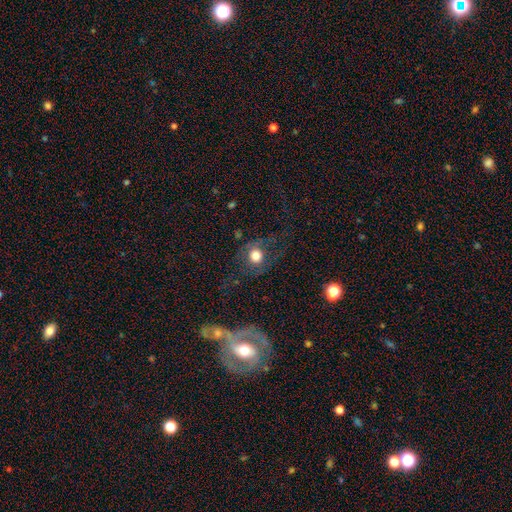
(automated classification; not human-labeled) Smooth or featured? smooth (62%)
How rounded? round (83%)
Merging? none (66%)